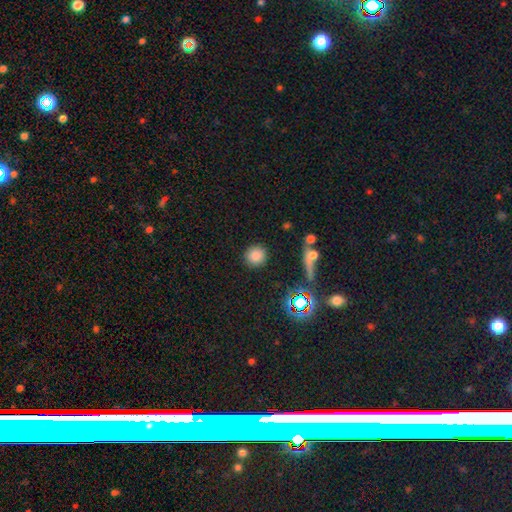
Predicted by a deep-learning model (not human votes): smooth 81%, star or artifact 13%, featured or disk 6%. Down the decision tree: how rounded — round (92%); merging — none (88%).